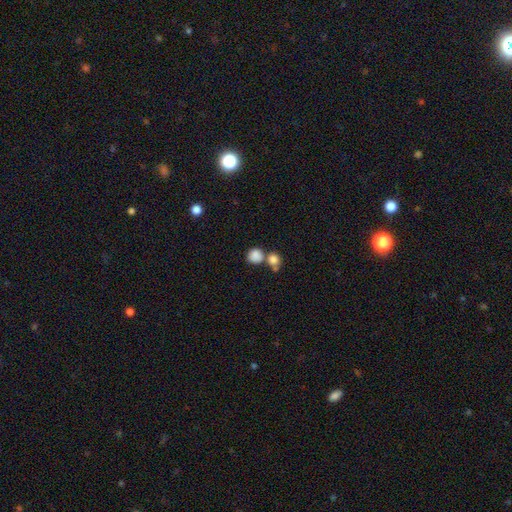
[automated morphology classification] Smooth or featured? Predicted: smooth (p=0.85). How rounded? Predicted: round (p=0.86). Merging? Predicted: none (p=0.50).